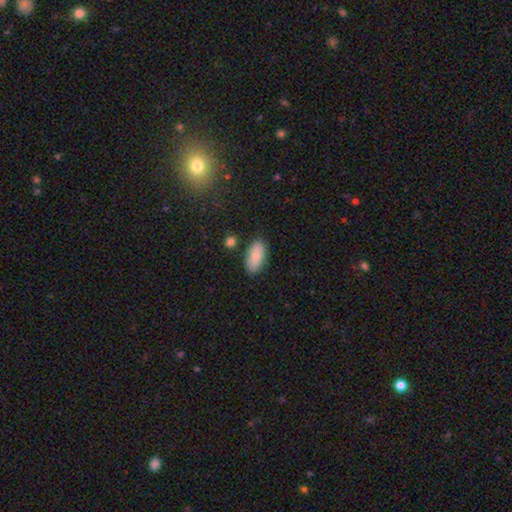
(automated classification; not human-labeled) Smooth or featured? Predicted: smooth (p=0.83). How rounded? Predicted: in between (p=0.93). Merging? Predicted: none (p=0.81).